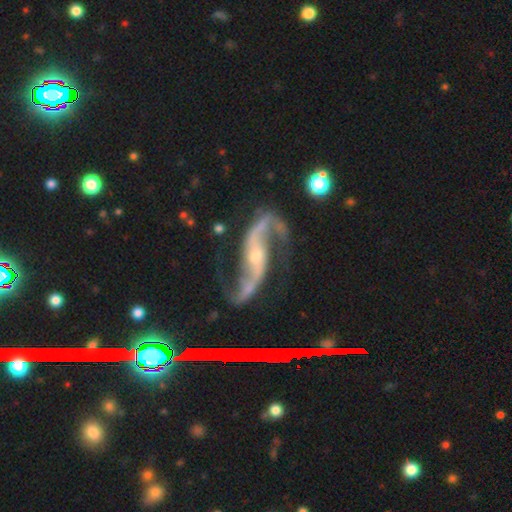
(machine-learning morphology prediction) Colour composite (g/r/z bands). It shows a featured or disk galaxy (90%) with no bar (42%), 2 (94%) loose (81%) spiral arms (97%) and a small central bulge (67%). Merging: none (61%).